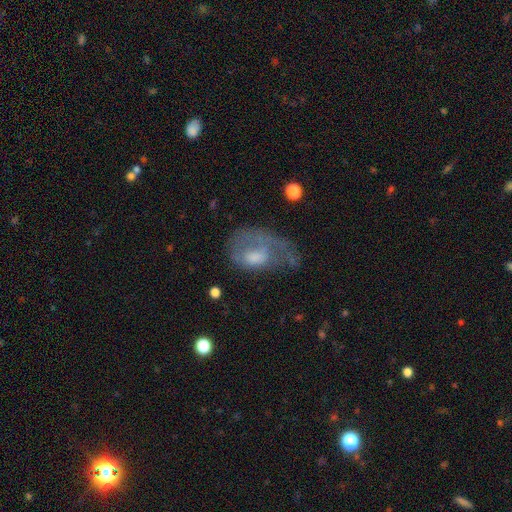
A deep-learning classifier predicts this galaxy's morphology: The model was most divided on "smooth or featured": smooth: 46%, featured or disk: 45%, star or artifact: 9%. Remaining: merging — major disturbance (47%).